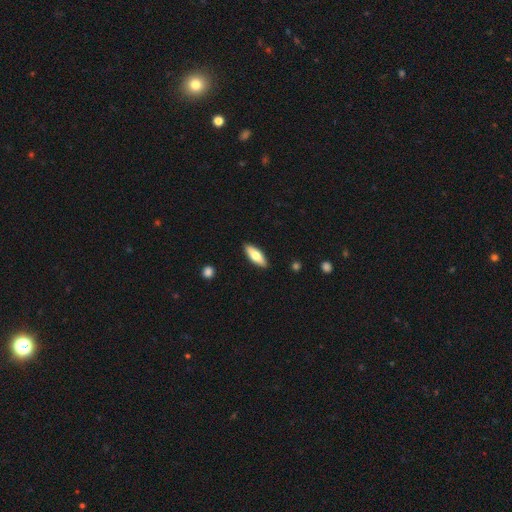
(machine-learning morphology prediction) Smooth or featured?
  - smooth: 69% *
  - featured or disk: 26%
  - star or artifact: 6%
How rounded?
  - in between: 65% *
  - cigar-shaped: 32%
  - round: 2%
Merging?
  - none: 89% *
  - minor disturbance: 8%
  - major disturbance: 2%
  - merger: 1%